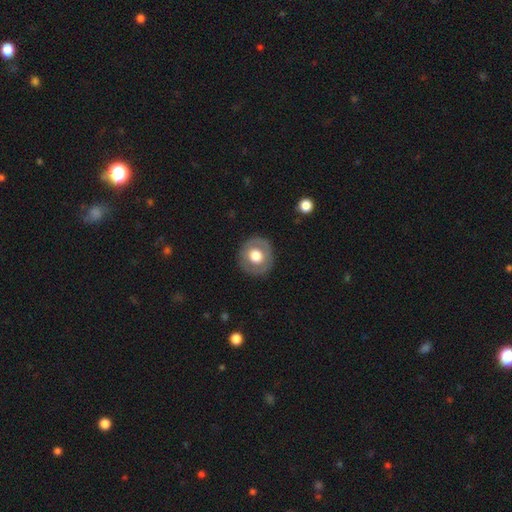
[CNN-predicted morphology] Smooth or featured? Predicted: smooth (p=0.58). How rounded? Predicted: round (p=0.88). Merging? Predicted: none (p=0.87).